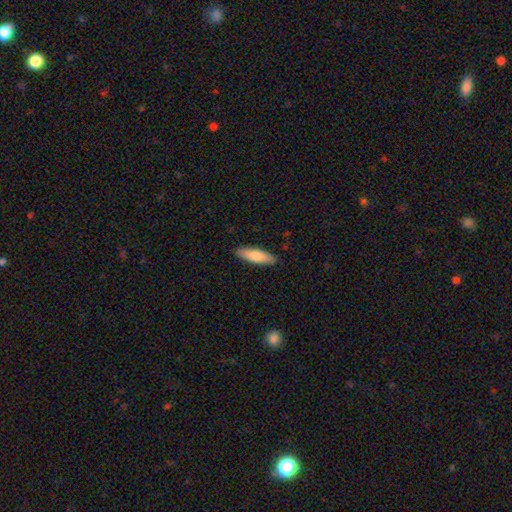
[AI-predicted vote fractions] Overall: smooth (73%). How rounded: cigar-shaped (63%; in between 35%). Merging: none (89%).